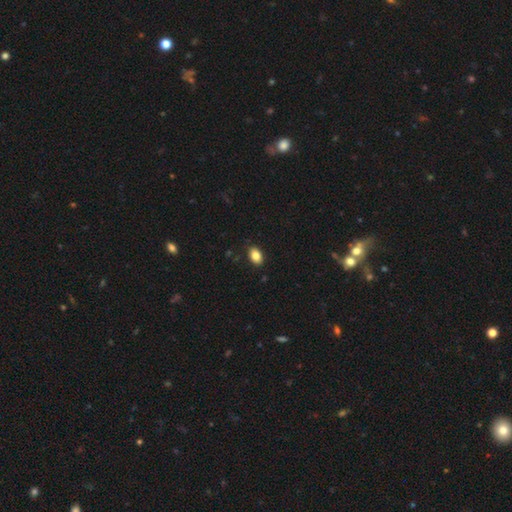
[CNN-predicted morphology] The model was most divided on "how rounded": in between: 87%, round: 11%, cigar-shaped: 1%. More confident: merging — none (88%); smooth or featured — smooth (85%).